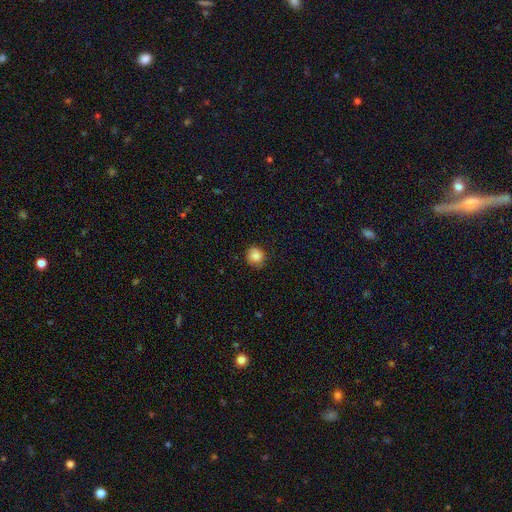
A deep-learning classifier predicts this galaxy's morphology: Q: Smooth or featured?
A: smooth (86%); runner-up: star or artifact (9%)
Q: How rounded?
A: round (81%); runner-up: in between (18%)
Q: Merging?
A: none (76%); runner-up: minor disturbance (19%)